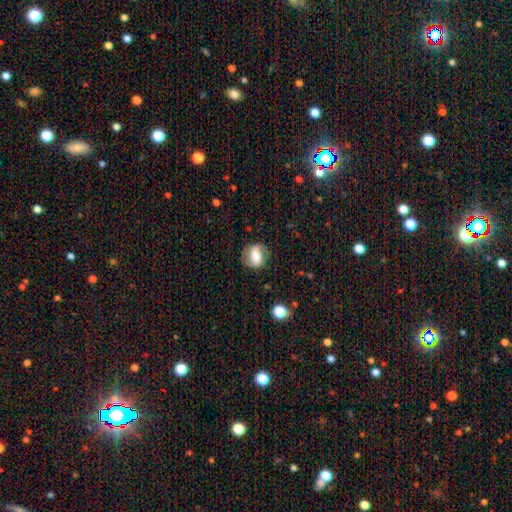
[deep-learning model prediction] Smooth or featured? Predicted: featured or disk (p=0.50). Merging? Predicted: none (p=0.78).